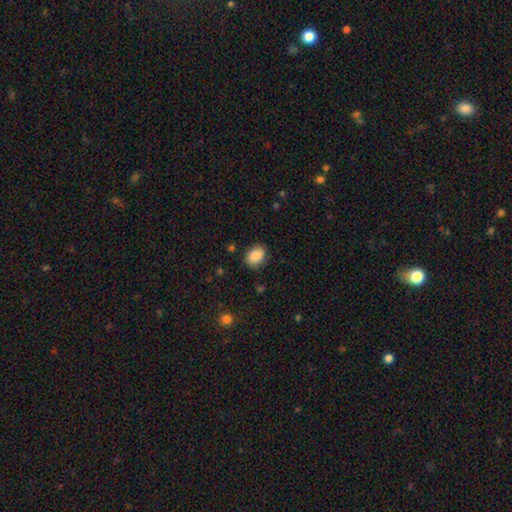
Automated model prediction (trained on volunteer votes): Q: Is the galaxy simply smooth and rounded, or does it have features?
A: smooth — 87%.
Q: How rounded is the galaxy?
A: in between — 68%.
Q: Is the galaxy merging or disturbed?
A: none — 81%.